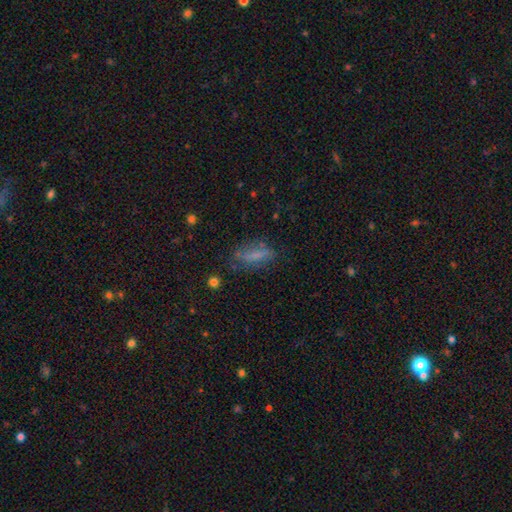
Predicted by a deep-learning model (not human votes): The model was most divided on "how rounded": in between: 53%, cigar-shaped: 43%, round: 4%. More confident: merging — none (66%); smooth or featured — smooth (65%).